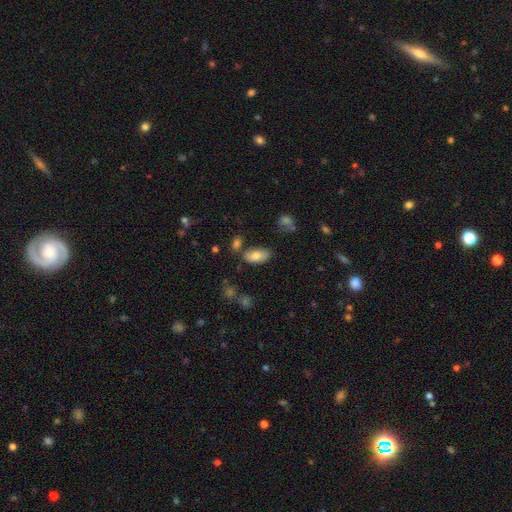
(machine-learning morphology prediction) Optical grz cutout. It shows a smooth galaxy with no disk features (79%) that is in between round and cigar-shaped (94%). Merging: none (68%).